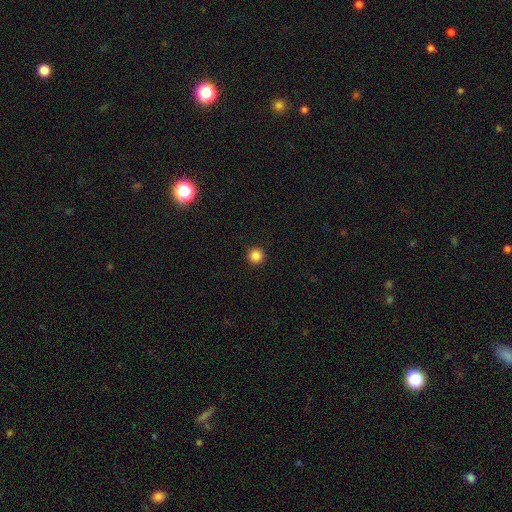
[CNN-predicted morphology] Smooth or featured?
  - smooth: 86% *
  - star or artifact: 11%
  - featured or disk: 3%
How rounded?
  - round: 96% *
  - in between: 3%
  - cigar-shaped: 1%
Merging?
  - none: 94% *
  - minor disturbance: 4%
  - major disturbance: 2%
  - merger: 1%